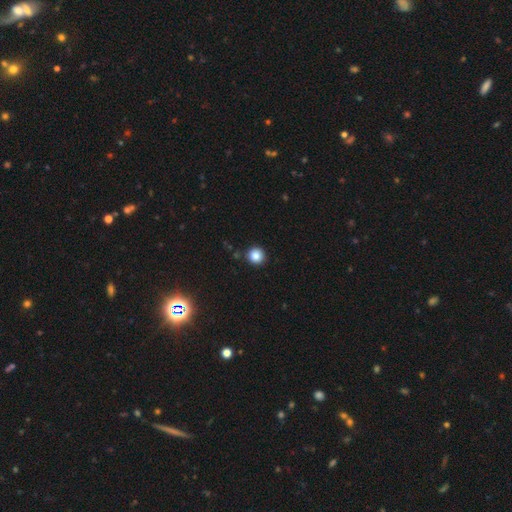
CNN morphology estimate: smooth_or_featured: smooth (p=0.85) [alt: star or artifact p=0.11]
how_rounded: round (p=0.94) [alt: in between p=0.05]
merging: none (p=0.91) [alt: minor disturbance p=0.06]